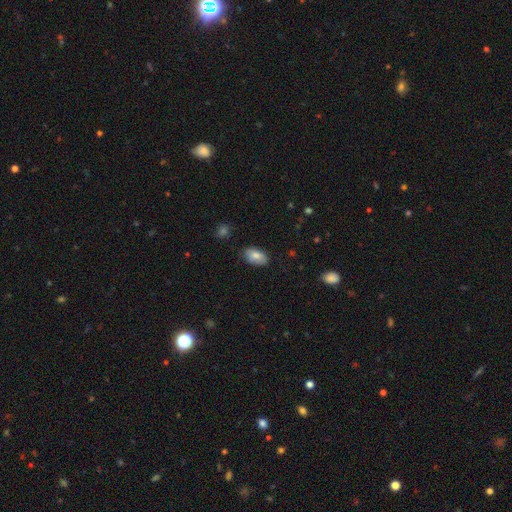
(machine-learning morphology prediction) Smooth or featured? Predicted: smooth (p=0.79). How rounded? Predicted: in between (p=0.93). Merging? Predicted: none (p=0.79).